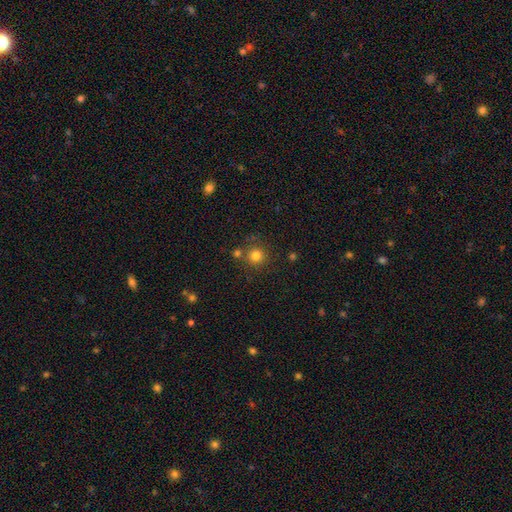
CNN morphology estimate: smooth 80%, star or artifact 14%, featured or disk 6%. Down the decision tree: how rounded — round (94%); merging — none (76%).